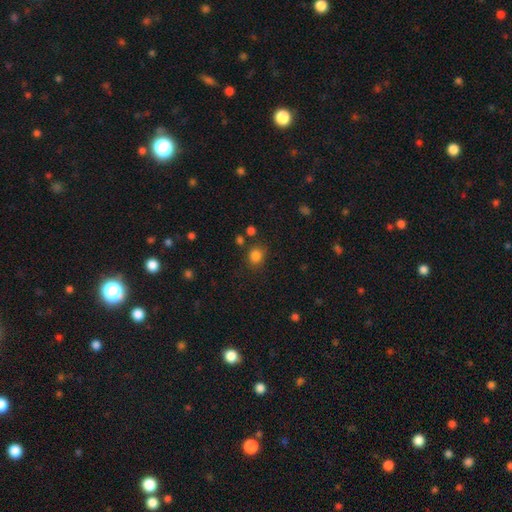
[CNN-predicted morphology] type=smooth (82%); roundness=round (72%); merging=none (79%).